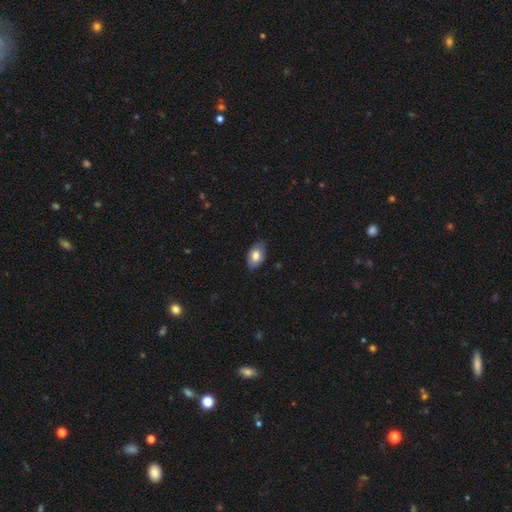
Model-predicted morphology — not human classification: A smooth galaxy with no disk features (78%) that is in between round and cigar-shaped (91%).

Vote fractions:
- Smooth or featured? smooth: 78% / featured or disk: 16% / star or artifact: 7%
- How rounded? in between: 91% / round: 8% / cigar-shaped: 1%
- Merging? none: 79% / minor disturbance: 18% / major disturbance: 2% / merger: 1%